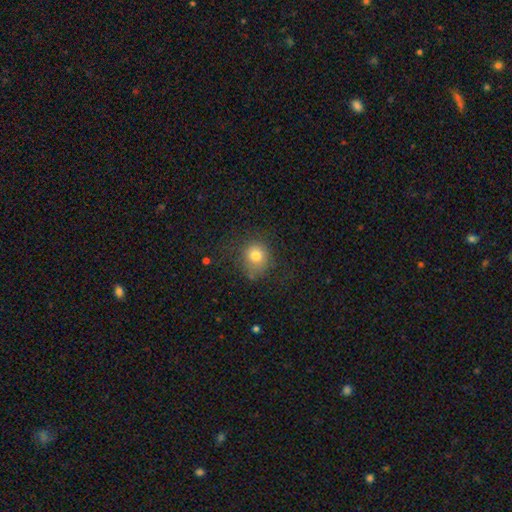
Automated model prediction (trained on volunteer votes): Q: Smooth or featured?
A: smooth (77%); runner-up: star or artifact (13%)
Q: How rounded?
A: round (80%); runner-up: in between (19%)
Q: Merging?
A: none (69%); runner-up: minor disturbance (19%)